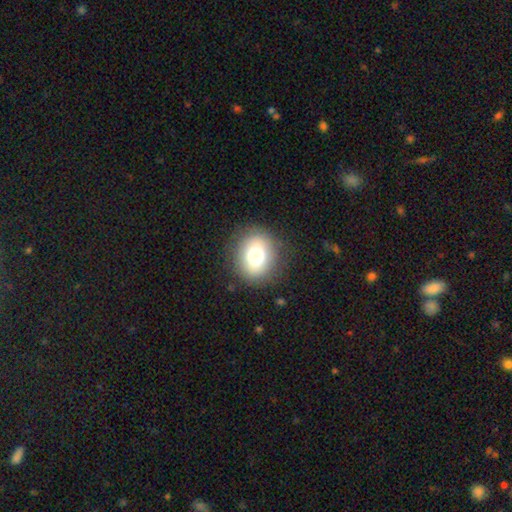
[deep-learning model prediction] This is likely a smooth galaxy (74%). How rounded: likely round (72%). Merging: clearly none (86%).